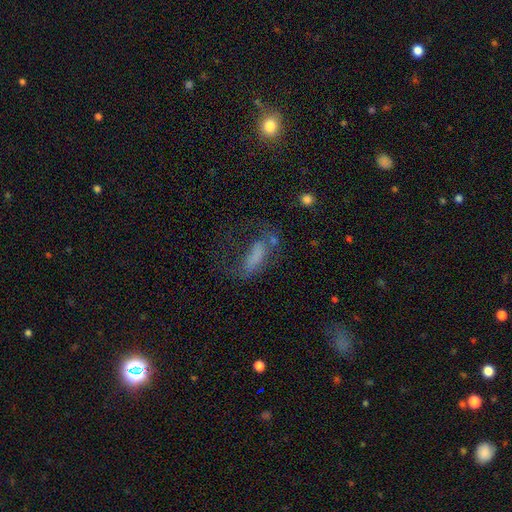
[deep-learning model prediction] smooth_or_featured: smooth (p=0.53) [alt: featured or disk p=0.32]
how_rounded: in between (p=0.63) [alt: cigar-shaped p=0.32]
merging: major disturbance (p=0.42) [alt: none p=0.31]